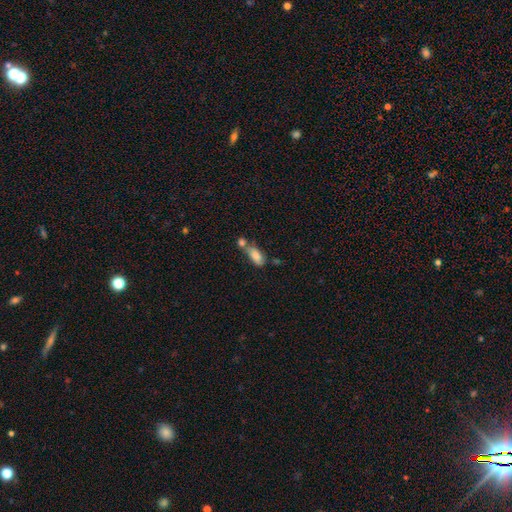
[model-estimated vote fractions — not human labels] Morphology: type=smooth (80%); roundness=in between (85%); merging=merger (47%).